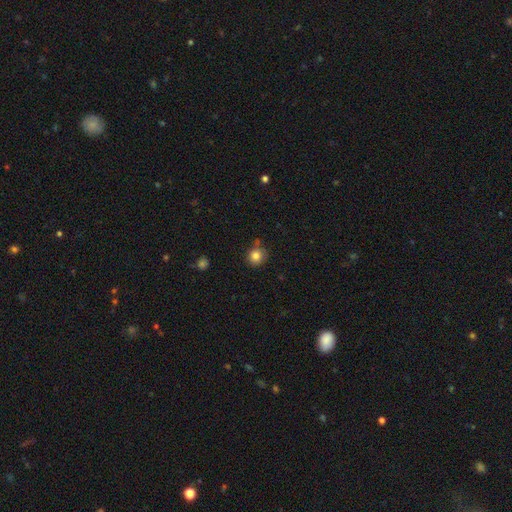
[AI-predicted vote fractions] Q: Smooth or featured?
A: smooth (83%); runner-up: star or artifact (11%)
Q: How rounded?
A: round (88%); runner-up: in between (11%)
Q: Merging?
A: none (78%); runner-up: minor disturbance (13%)